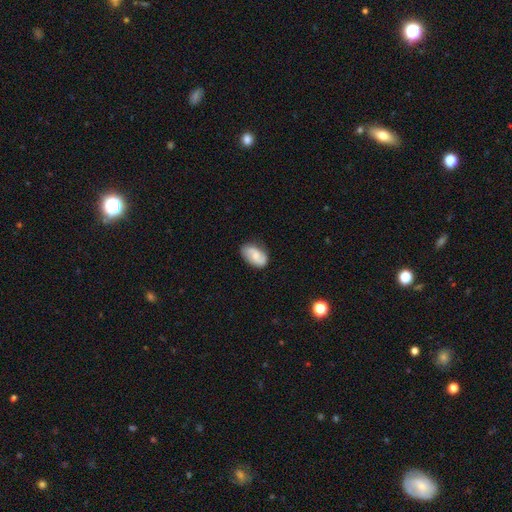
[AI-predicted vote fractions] A smooth galaxy with no disk features (51%) that is in between round and cigar-shaped (90%). Merging: none (72%).